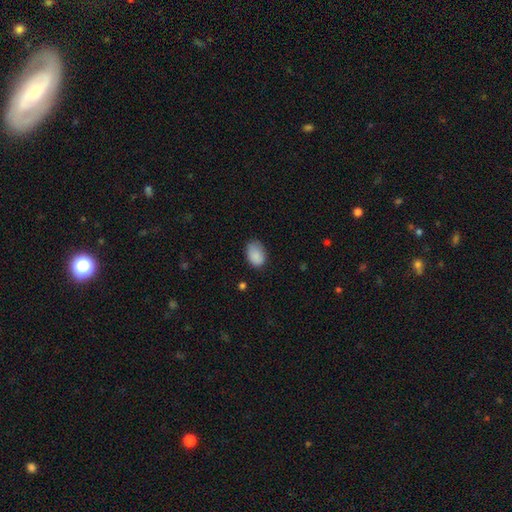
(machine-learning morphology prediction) smooth-or-featured: smooth: 88% | star or artifact: 7% | featured or disk: 5%
  how-rounded: in between: 83% | round: 16% | cigar-shaped: 1%
  merging: none: 68% | minor disturbance: 25% | major disturbance: 5% | merger: 1%